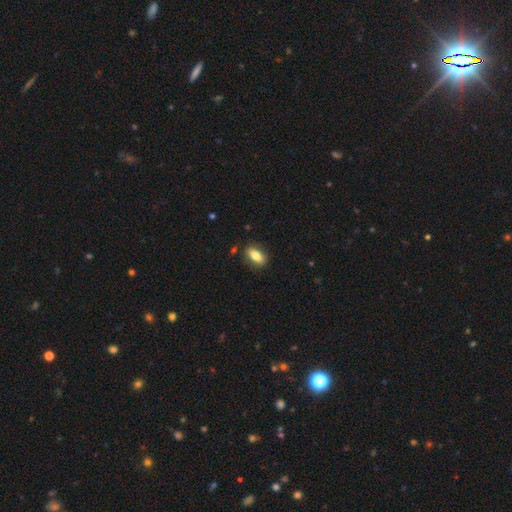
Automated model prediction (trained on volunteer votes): Morphology: type=smooth (78%); roundness=in between (82%); merging=none (85%).